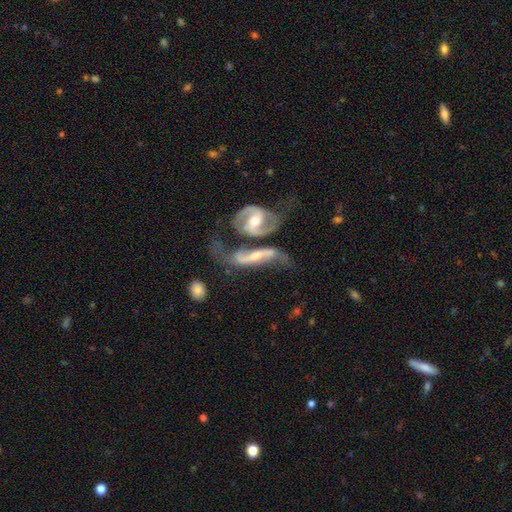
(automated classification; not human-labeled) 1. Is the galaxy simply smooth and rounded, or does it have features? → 84% featured or disk, 10% smooth, 6% star or artifact.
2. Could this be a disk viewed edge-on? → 88% no, 12% yes.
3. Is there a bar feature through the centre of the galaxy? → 43% strong, 35% weak, 21% no.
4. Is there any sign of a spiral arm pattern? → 94% yes, 6% no.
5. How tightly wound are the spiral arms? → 51% loose, 37% medium, 13% tight.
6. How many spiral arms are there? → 88% 2, 5% can't tell, 4% 1, 1% 3, 1% 4, 1% more than 4.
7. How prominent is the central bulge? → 54% moderate, 37% small, 4% large, 3% none, 1% dominant.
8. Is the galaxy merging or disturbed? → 44% merger, 30% none, 14% major disturbance, 13% minor disturbance.